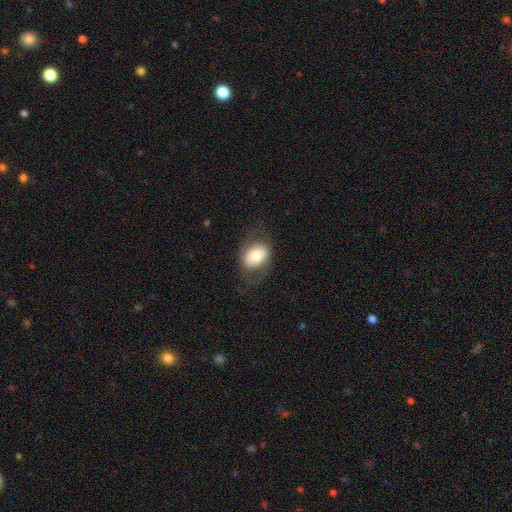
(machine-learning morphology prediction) smooth_or_featured: smooth (p=0.59) [alt: featured or disk p=0.34]
how_rounded: in between (p=0.69) [alt: round p=0.30]
merging: none (p=0.69) [alt: minor disturbance p=0.17]